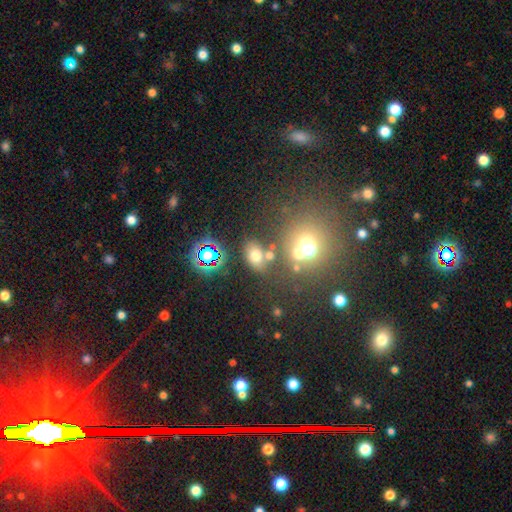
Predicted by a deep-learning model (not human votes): This is likely a smooth galaxy (64%). How rounded: likely in between (70%). Merging: likely none (66%).